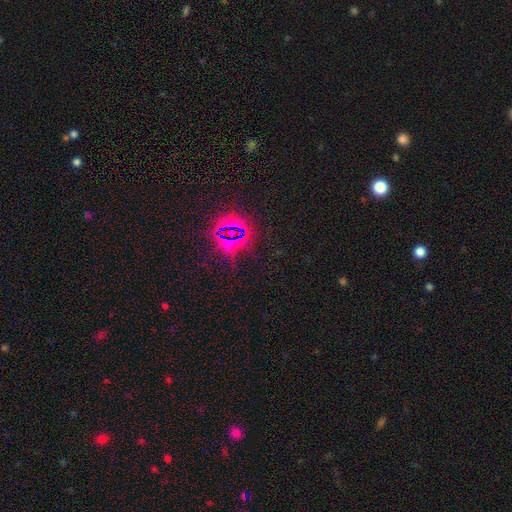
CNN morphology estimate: Smooth or featured: star or artifact — 80% (smooth — 12%)